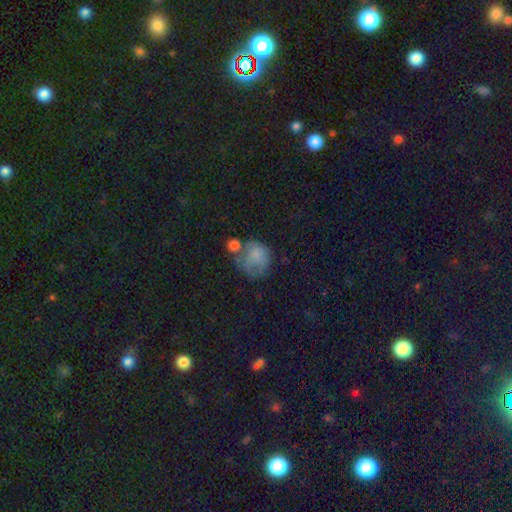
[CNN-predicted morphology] A smooth galaxy with no disk features (67%) that is round (72%). Merging: none (32%).